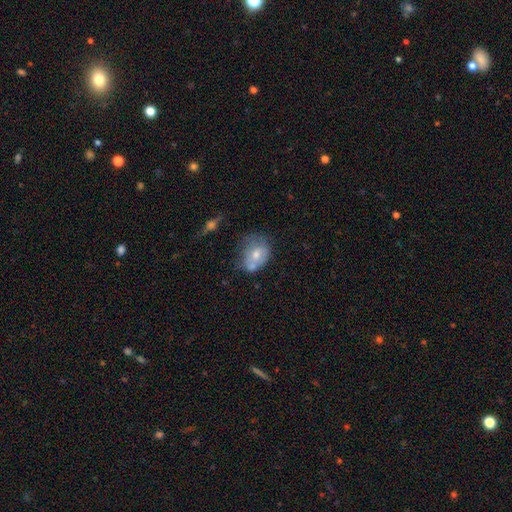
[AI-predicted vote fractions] Morphology: type=smooth (60%); roundness=in between (64%); merging=none (33%).